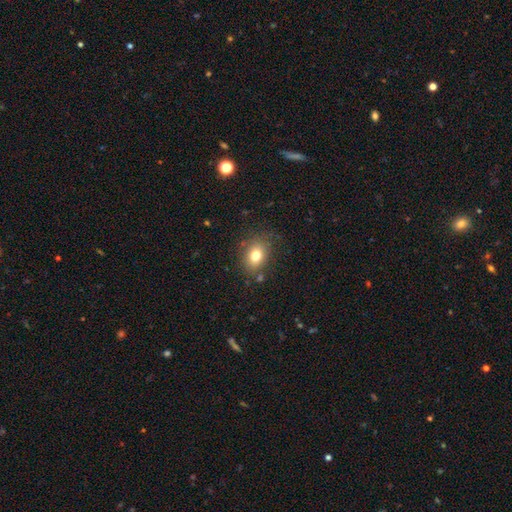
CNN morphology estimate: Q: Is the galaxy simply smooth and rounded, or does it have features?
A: smooth — 77%.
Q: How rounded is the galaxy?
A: in between — 61%.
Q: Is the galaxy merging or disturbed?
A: none — 79%.